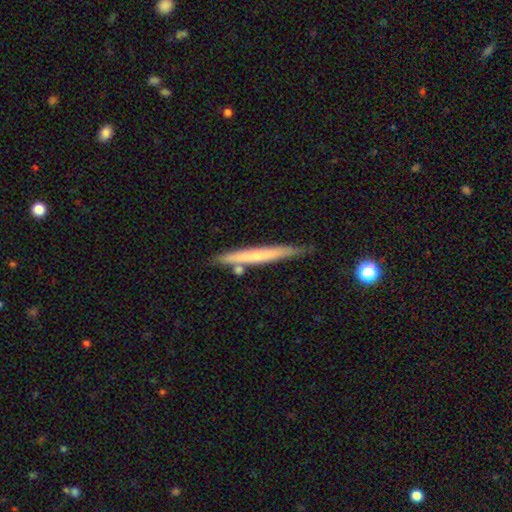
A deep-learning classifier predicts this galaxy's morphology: Smooth or featured? smooth (53%)
How rounded? cigar-shaped (96%)
Merging? none (78%)